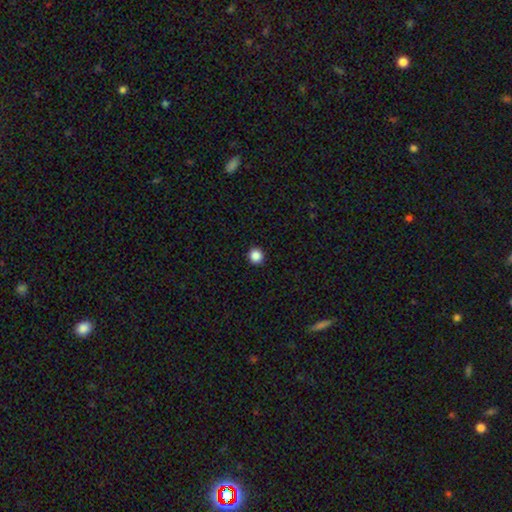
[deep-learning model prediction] smooth_or_featured: smooth (p=0.87) [alt: star or artifact p=0.10]
how_rounded: round (p=0.95) [alt: in between p=0.05]
merging: none (p=0.94) [alt: minor disturbance p=0.04]